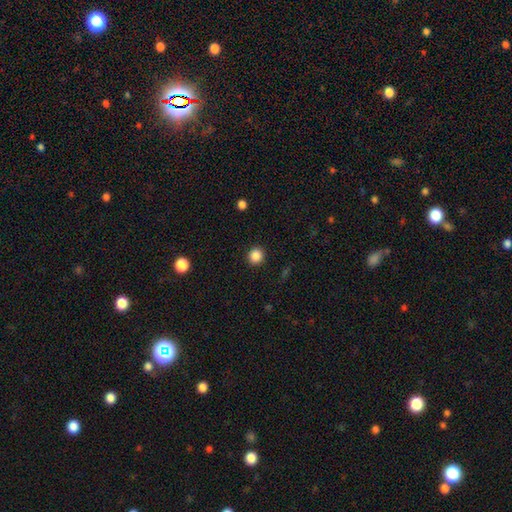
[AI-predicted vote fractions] Morphology: type=smooth (86%); roundness=round (91%); merging=none (91%).